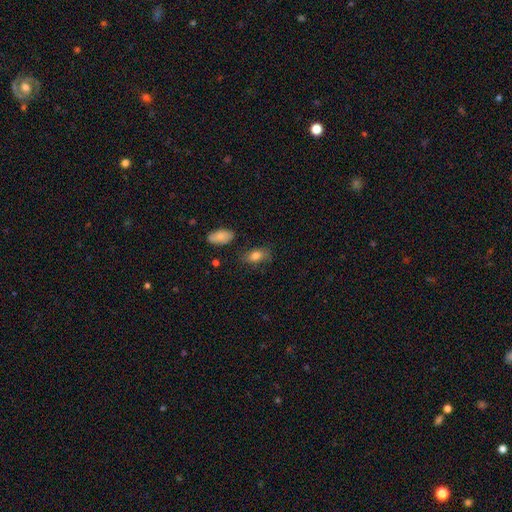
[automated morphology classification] Smooth or featured? Predicted: smooth (p=0.78). How rounded? Predicted: in between (p=0.88). Merging? Predicted: none (p=0.71).